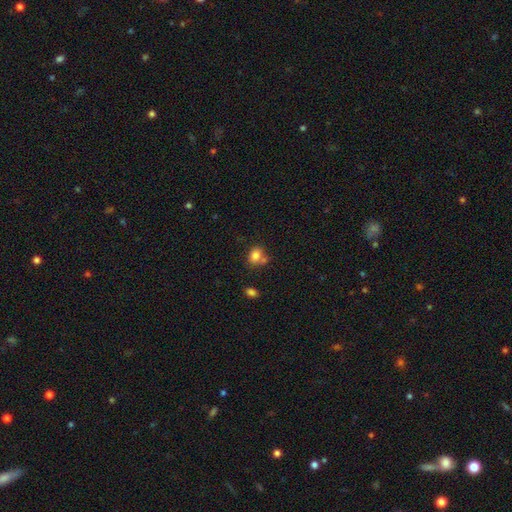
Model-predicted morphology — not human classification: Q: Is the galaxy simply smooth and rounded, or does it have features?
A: smooth — 81%.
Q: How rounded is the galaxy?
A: in between — 52%.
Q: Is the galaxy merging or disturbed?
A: none — 54%.